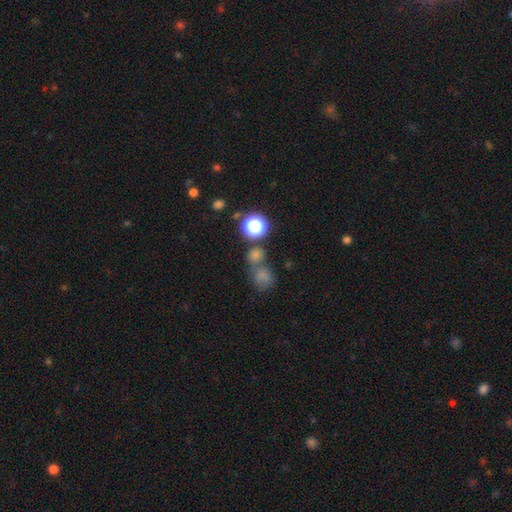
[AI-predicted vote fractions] This appears to be a smooth galaxy with no disk features (56%) that is round (77%). Merging: none (51%).